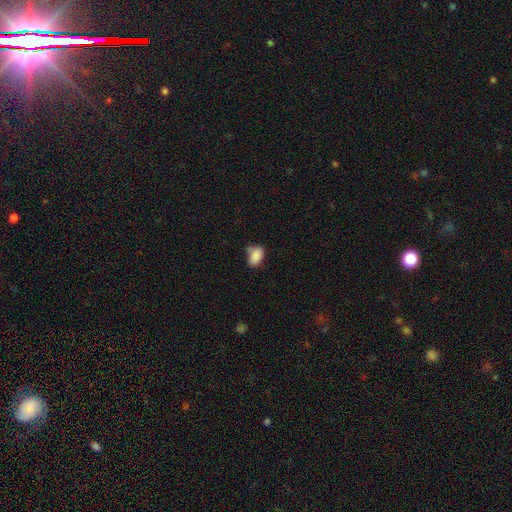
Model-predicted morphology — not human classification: smooth 86%, star or artifact 9%, featured or disk 6%. Down the decision tree: how rounded — in between (88%); merging — none (53%).